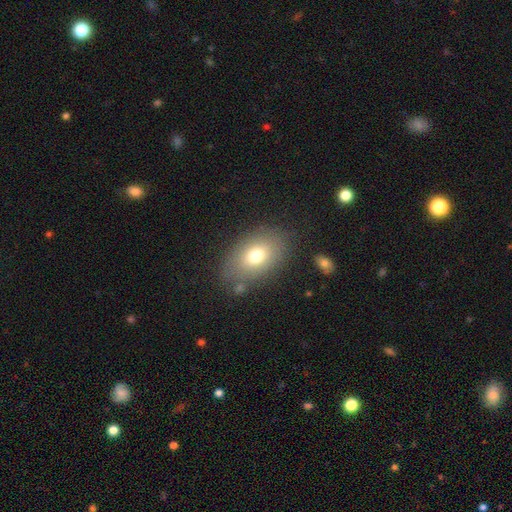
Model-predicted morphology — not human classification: Smooth or featured? Predicted: smooth (p=0.74). How rounded? Predicted: in between (p=0.85). Merging? Predicted: none (p=0.78).